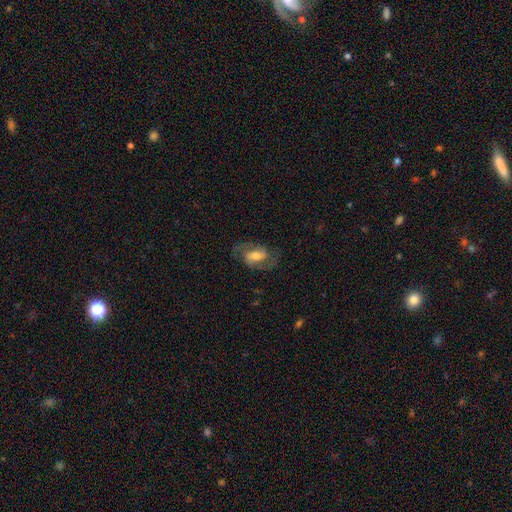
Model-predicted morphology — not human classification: This appears to be a featured or disk galaxy (77%) with a weak bar (47%), 2 (88%) medium (55%) spiral arms (93%) and a moderate central bulge (55%). Merging: none (74%).